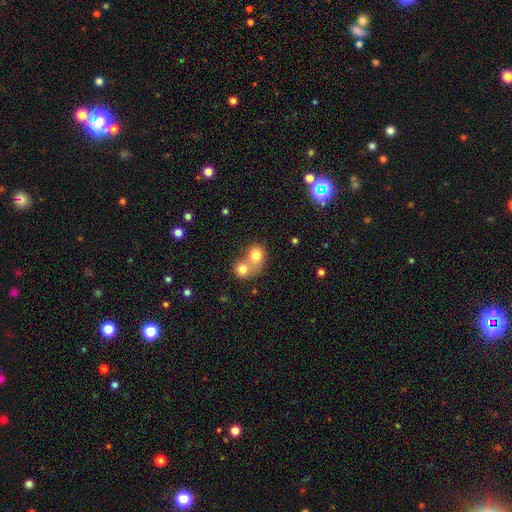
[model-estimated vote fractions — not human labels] smooth_or_featured: smooth (p=0.78) [alt: featured or disk p=0.13]
how_rounded: round (p=0.70) [alt: in between p=0.29]
merging: merger (p=0.66) [alt: none p=0.26]